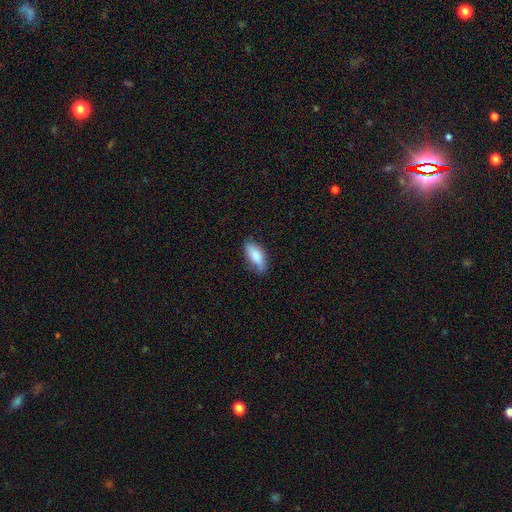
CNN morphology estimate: smooth_or_featured: smooth (p=0.78) [alt: featured or disk p=0.16]
how_rounded: in between (p=0.79) [alt: cigar-shaped p=0.19]
merging: none (p=0.71) [alt: minor disturbance p=0.23]